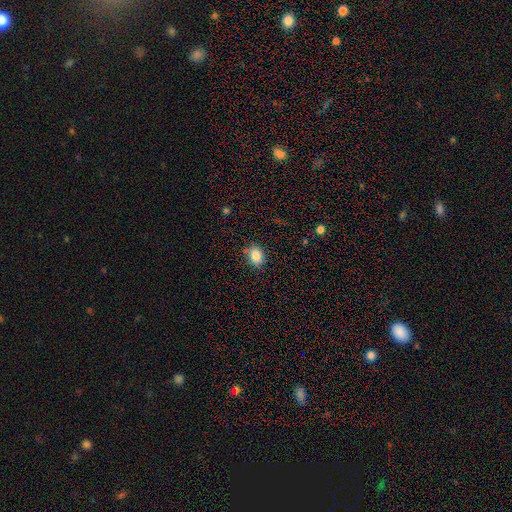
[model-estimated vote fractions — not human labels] smooth 84%, star or artifact 9%, featured or disk 6%. Down the decision tree: how rounded — in between (61%); merging — none (81%).